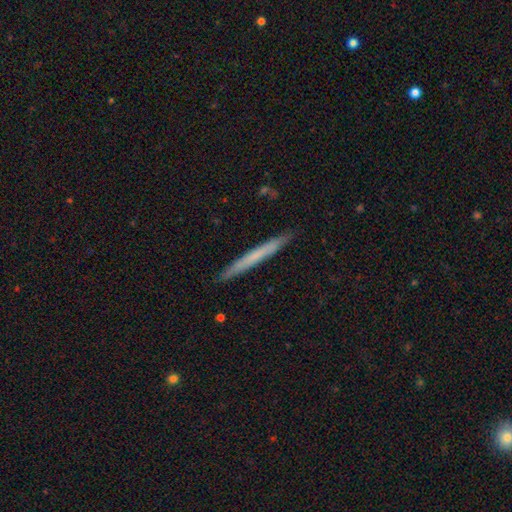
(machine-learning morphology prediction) Q: Smooth or featured?
A: smooth (59%); runner-up: featured or disk (35%)
Q: How rounded?
A: cigar-shaped (97%); runner-up: in between (2%)
Q: Merging?
A: none (91%); runner-up: minor disturbance (7%)